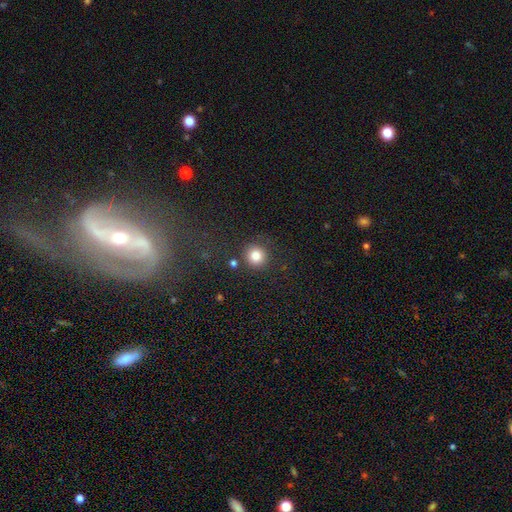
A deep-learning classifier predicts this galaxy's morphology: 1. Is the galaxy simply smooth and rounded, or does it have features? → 83% smooth, 11% star or artifact, 6% featured or disk.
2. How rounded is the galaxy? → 94% round, 5% in between, 1% cigar-shaped.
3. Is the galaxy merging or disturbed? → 84% none, 8% minor disturbance, 4% merger, 4% major disturbance.